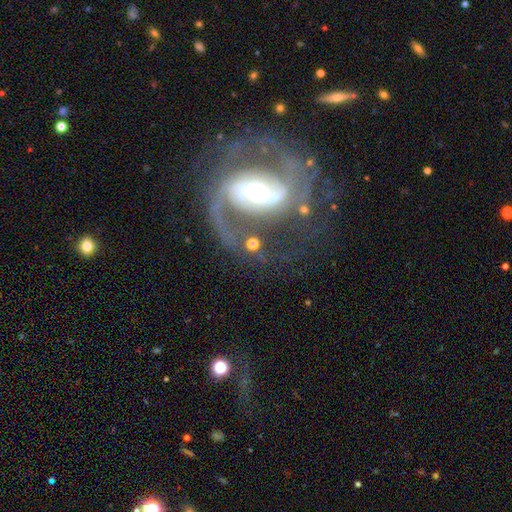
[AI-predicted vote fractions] A featured or disk galaxy (87%) with a strong bar (37%, tied with weak), 2 (80%) medium (51%) spiral arms (94%) and a moderate central bulge (46%). Merging: none (61%).